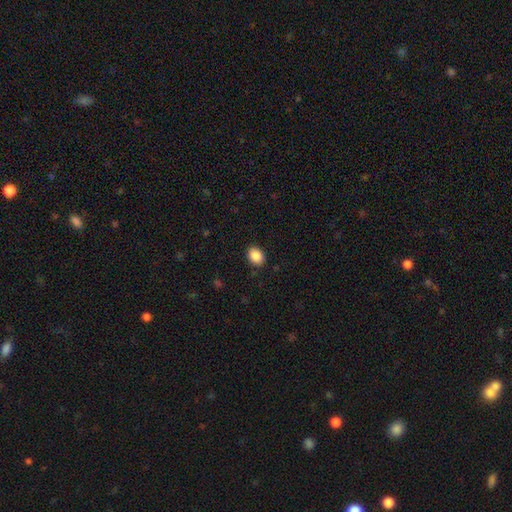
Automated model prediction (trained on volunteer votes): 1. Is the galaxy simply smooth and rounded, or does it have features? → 88% smooth, 8% star or artifact, 4% featured or disk.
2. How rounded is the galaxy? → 64% in between, 35% round, 1% cigar-shaped.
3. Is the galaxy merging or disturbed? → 90% none, 7% minor disturbance, 2% major disturbance, 1% merger.